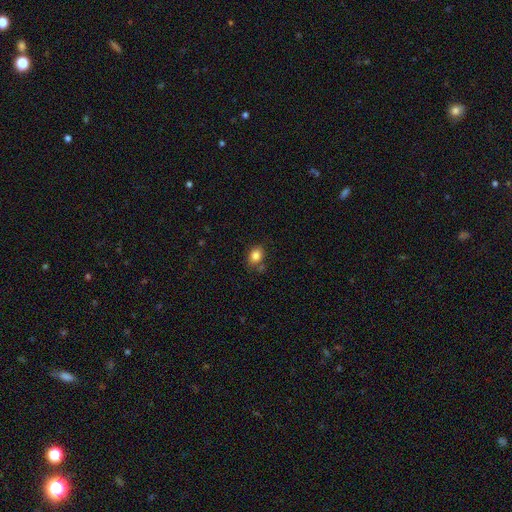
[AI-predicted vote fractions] This appears to be a smooth galaxy with no disk features (84%) that is in between round and cigar-shaped (61%). Merging: none (69%).